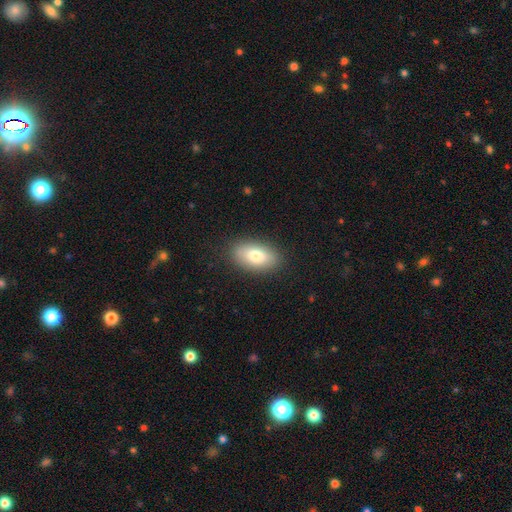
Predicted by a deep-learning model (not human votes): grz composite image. It shows a smooth galaxy with no disk features (79%) that is in between round and cigar-shaped (92%). Merging: none (87%).